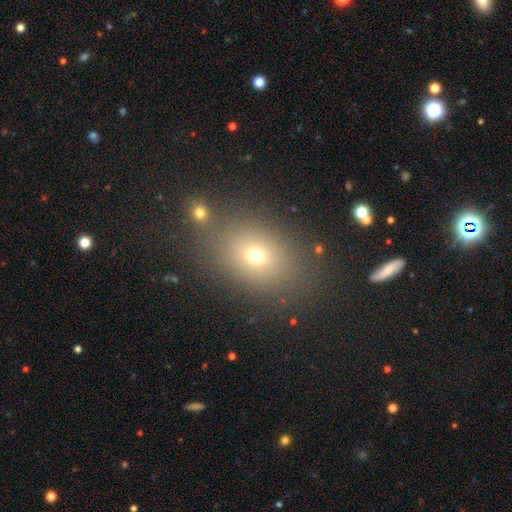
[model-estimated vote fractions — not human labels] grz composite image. It shows a smooth galaxy with no disk features (67%) that is in between round and cigar-shaped (62%). Merging: none (72%).